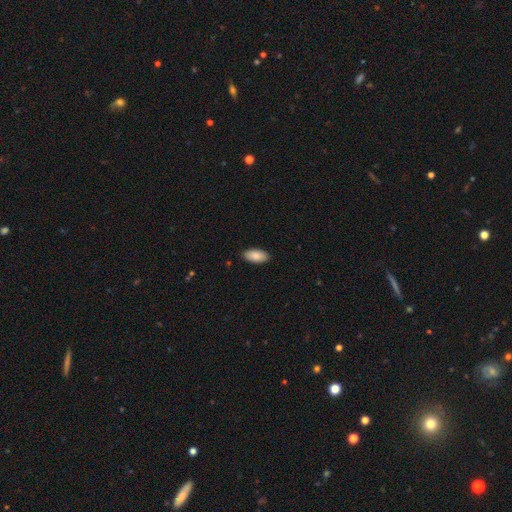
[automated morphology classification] Smooth or featured? Predicted: smooth (p=0.88). How rounded? Predicted: in between (p=0.93). Merging? Predicted: none (p=0.89).